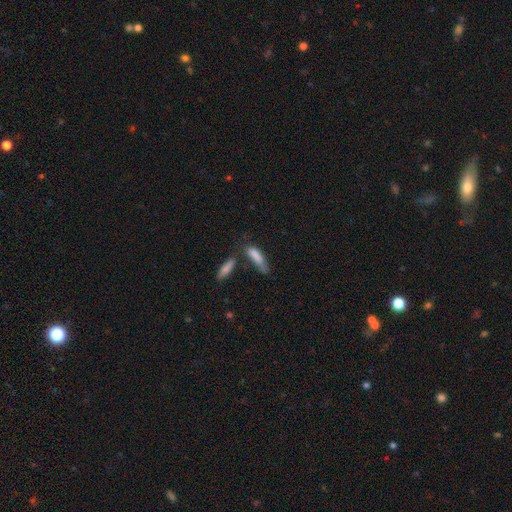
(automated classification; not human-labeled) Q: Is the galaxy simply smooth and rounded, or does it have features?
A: smooth — 79%.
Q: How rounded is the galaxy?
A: cigar-shaped — 61%.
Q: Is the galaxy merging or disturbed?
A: none — 41%.